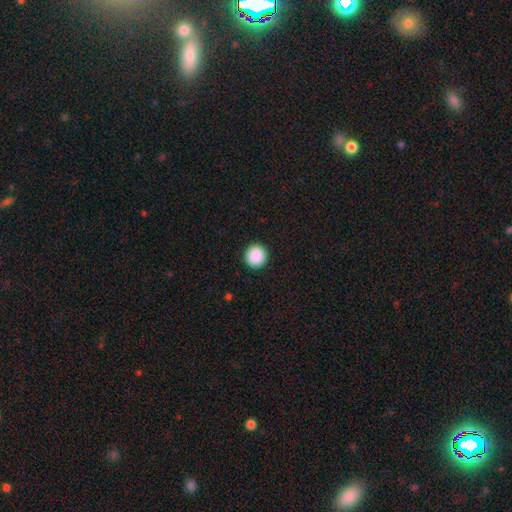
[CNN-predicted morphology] smooth 90%, star or artifact 8%, featured or disk 2%. Down the decision tree: how rounded — round (94%); merging — none (92%).